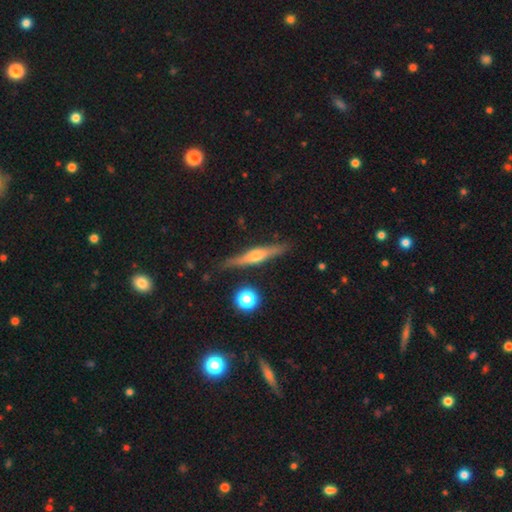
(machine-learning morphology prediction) smooth_or_featured: featured or disk (p=0.69) [alt: smooth p=0.24]
disk_edge_on: yes (p=0.97) [alt: no p=0.03]
edge_on_bulge: rounded (p=0.86) [alt: boxy p=0.07]
merging: none (p=0.85) [alt: minor disturbance p=0.11]